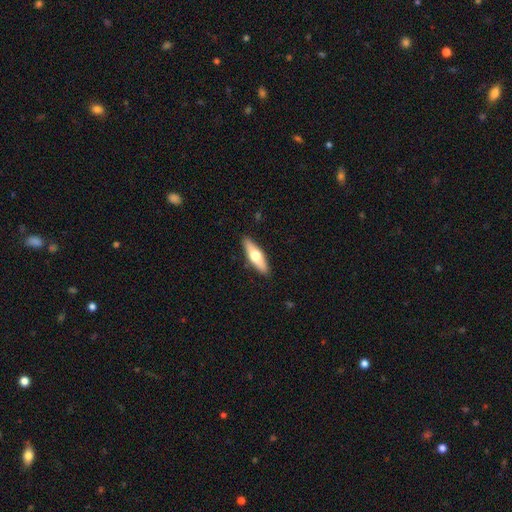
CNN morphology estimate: Smooth or featured?
  - smooth: 49% *
  - featured or disk: 46%
  - star or artifact: 5%
Merging?
  - none: 90% *
  - minor disturbance: 8%
  - major disturbance: 2%
  - merger: 1%